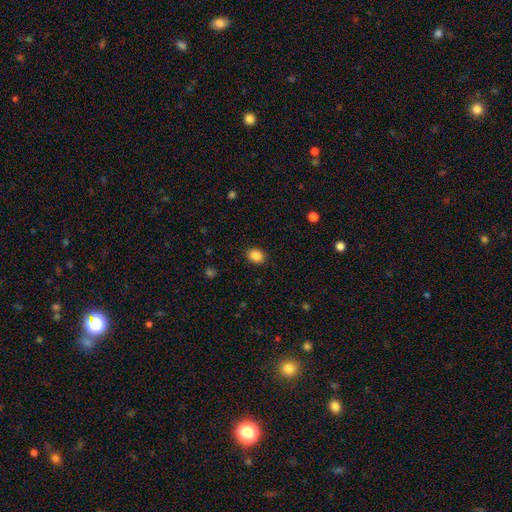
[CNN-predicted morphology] Smooth or featured? smooth (88%)
How rounded? in between (54%)
Merging? none (89%)